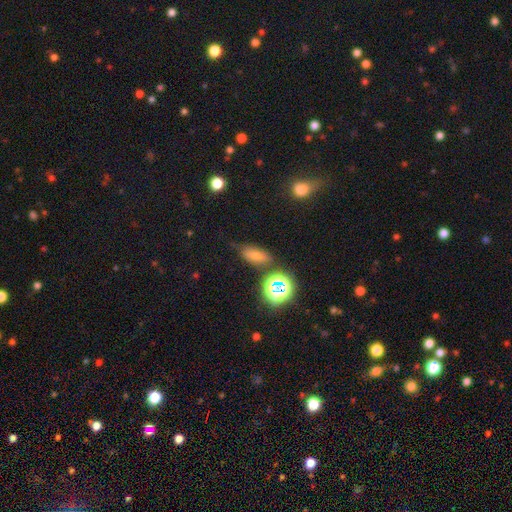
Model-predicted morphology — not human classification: Smooth or featured? Predicted: smooth (p=0.53). How rounded? Predicted: in between (p=0.73). Merging? Predicted: none (p=0.67).